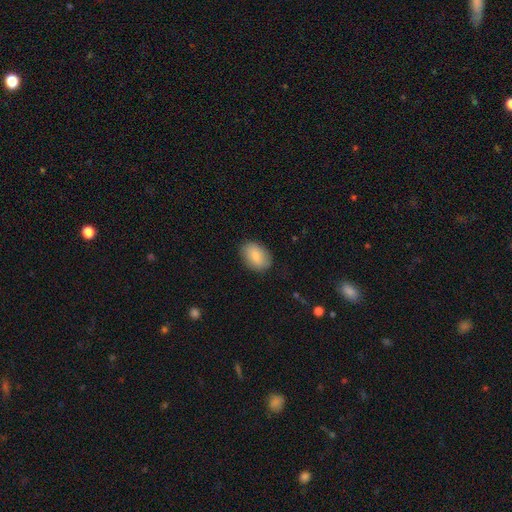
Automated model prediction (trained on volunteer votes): This appears to be a smooth galaxy with no disk features (79%) that is in between round and cigar-shaped (84%). Merging: none (84%).